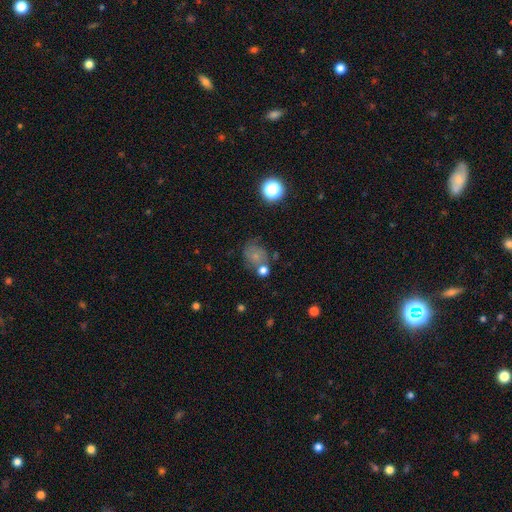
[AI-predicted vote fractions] Smooth or featured? smooth (58%)
How rounded? round (62%)
Merging? none (46%)